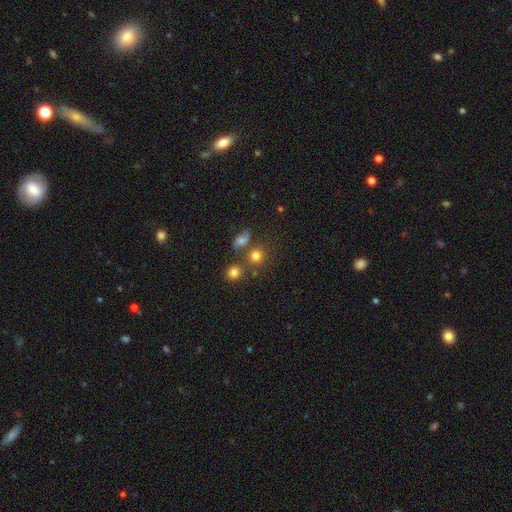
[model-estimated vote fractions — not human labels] Smooth or featured? Predicted: smooth (p=0.77). How rounded? Predicted: round (p=0.84). Merging? Predicted: none (p=0.63).